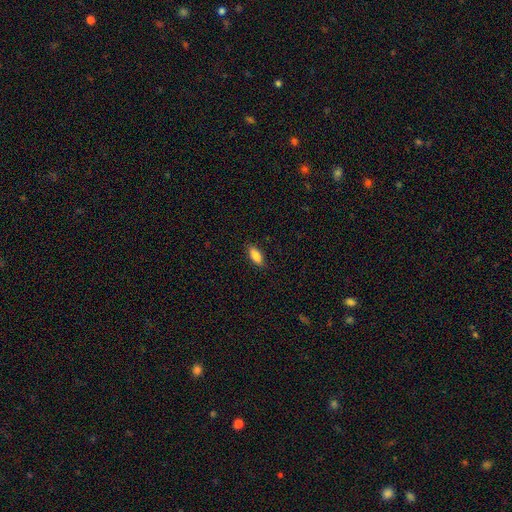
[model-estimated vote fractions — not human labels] smooth 87%, star or artifact 7%, featured or disk 6%. Down the decision tree: how rounded — in between (83%); merging — none (87%).